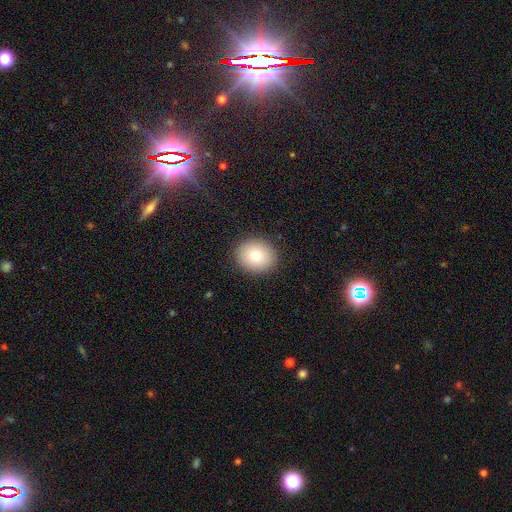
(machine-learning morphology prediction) Smooth or featured?
  - smooth: 78% *
  - featured or disk: 12%
  - star or artifact: 10%
How rounded?
  - round: 71% *
  - in between: 28%
  - cigar-shaped: 1%
Merging?
  - none: 90% *
  - minor disturbance: 7%
  - major disturbance: 2%
  - merger: 1%